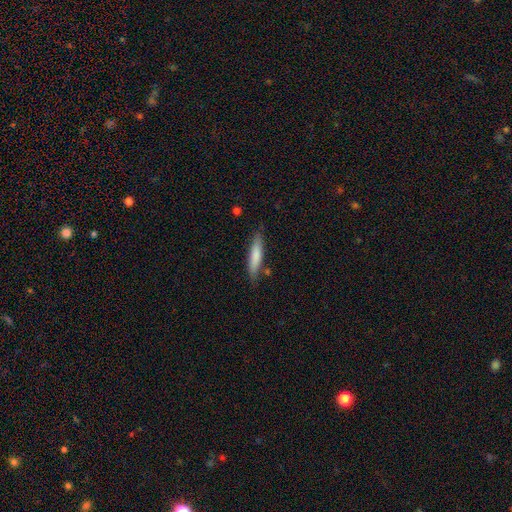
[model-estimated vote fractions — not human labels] Morphology: type=smooth (78%); roundness=cigar-shaped (82%); merging=none (79%).